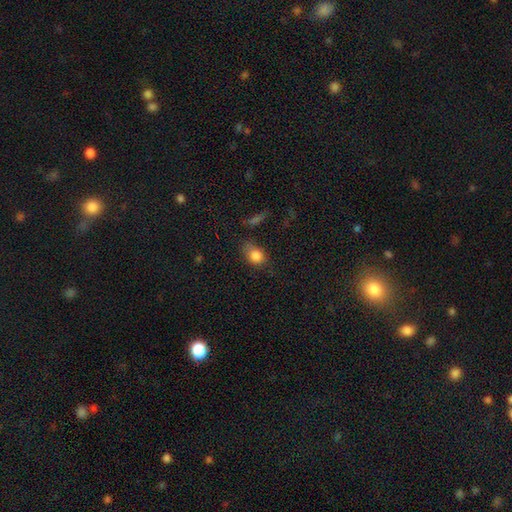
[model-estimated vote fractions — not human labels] smooth_or_featured: smooth (p=0.83) [alt: star or artifact p=0.10]
how_rounded: in between (p=0.61) [alt: round p=0.37]
merging: none (p=0.55) [alt: minor disturbance p=0.29]